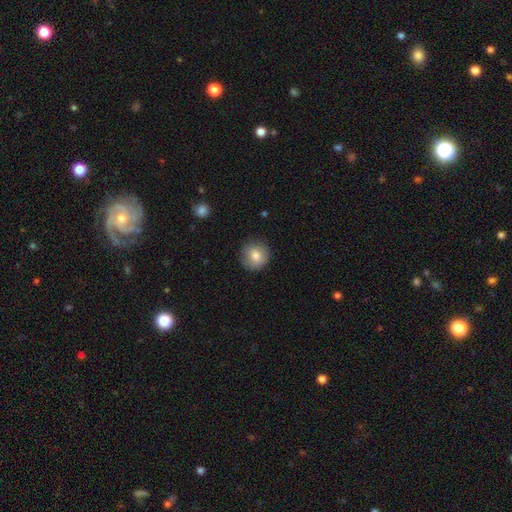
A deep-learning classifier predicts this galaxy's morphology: smooth_or_featured: smooth (p=0.80) [alt: featured or disk p=0.11]
how_rounded: round (p=0.94) [alt: in between p=0.05]
merging: none (p=0.86) [alt: minor disturbance p=0.10]